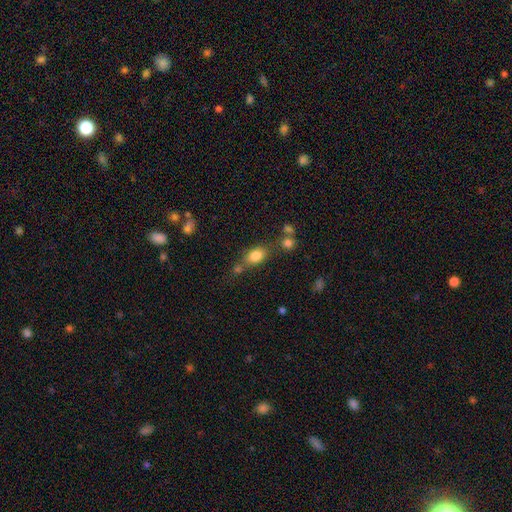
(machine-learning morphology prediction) A smooth galaxy with no disk features (81%) that is in between round and cigar-shaped (76%).

Vote fractions:
- Smooth or featured? smooth: 81% / star or artifact: 10% / featured or disk: 9%
- How rounded? in between: 76% / round: 21% / cigar-shaped: 3%
- Merging? none: 55% / merger: 22% / minor disturbance: 15% / major disturbance: 7%